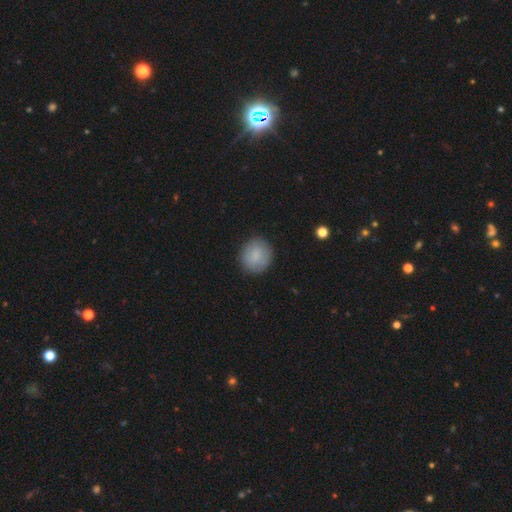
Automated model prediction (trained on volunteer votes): The model was most divided on "how rounded": round: 87%, in between: 12%, cigar-shaped: 1%. More confident: merging — none (86%); smooth or featured — smooth (85%).